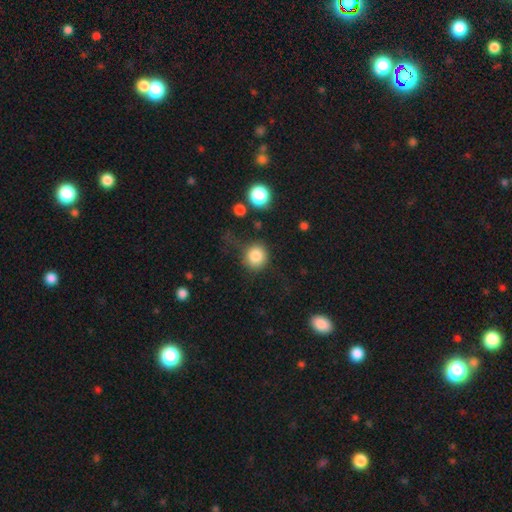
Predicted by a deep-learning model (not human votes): Smooth or featured? Predicted: smooth (p=0.84). How rounded? Predicted: round (p=0.90). Merging? Predicted: none (p=0.71).